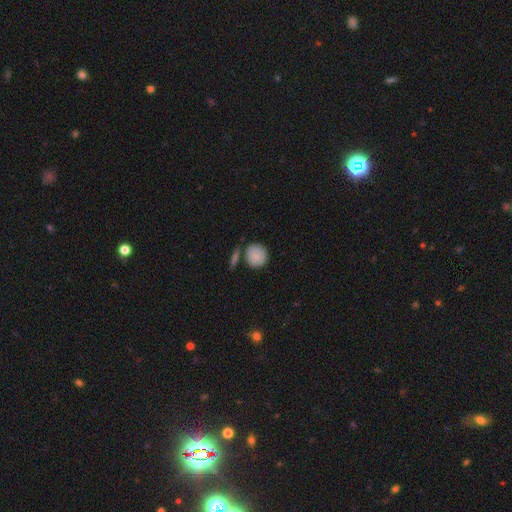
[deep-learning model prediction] This appears to be a smooth galaxy with no disk features (85%) that is round (87%). Merging: none (68%).